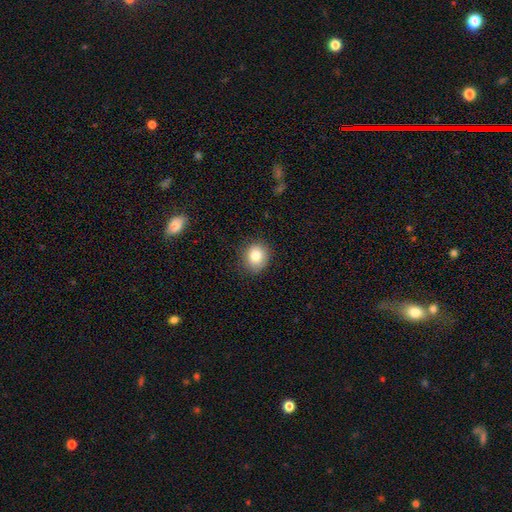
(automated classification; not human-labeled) Smooth or featured? smooth (82%)
How rounded? round (74%)
Merging? none (85%)